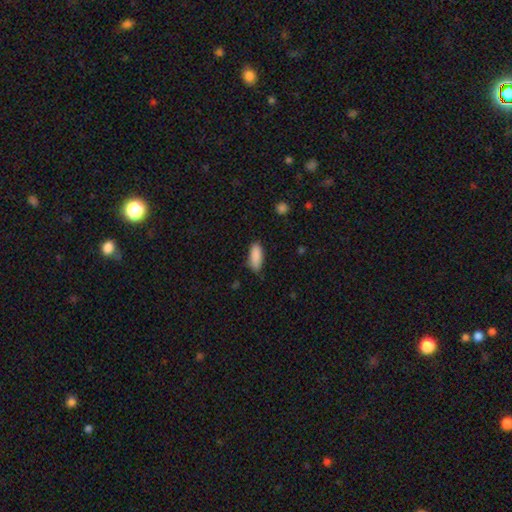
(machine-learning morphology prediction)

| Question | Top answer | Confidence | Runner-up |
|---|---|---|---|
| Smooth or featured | smooth | 89% | star or artifact (7%) |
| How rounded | in between | 80% | cigar-shaped (18%) |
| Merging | none | 78% | minor disturbance (17%) |